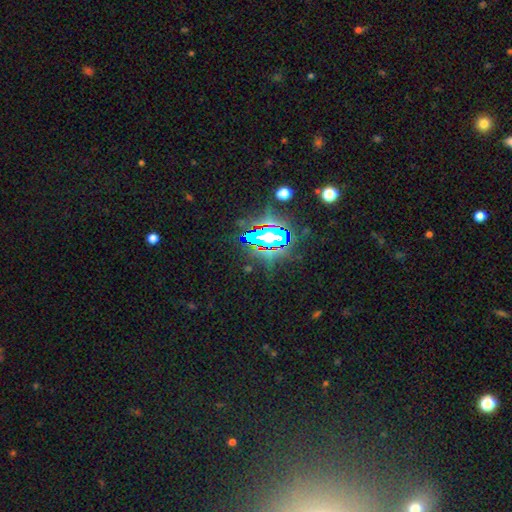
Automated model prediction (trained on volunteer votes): Overall: star or artifact (80%).